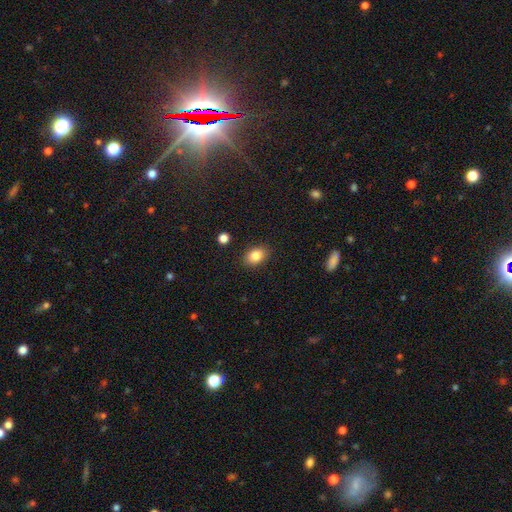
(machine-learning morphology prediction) Q: Smooth or featured?
A: smooth (85%); runner-up: star or artifact (9%)
Q: How rounded?
A: in between (76%); runner-up: round (23%)
Q: Merging?
A: none (87%); runner-up: minor disturbance (9%)